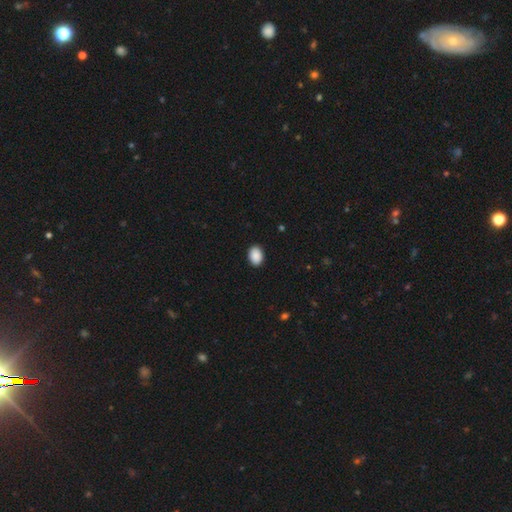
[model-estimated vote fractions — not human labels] Overall: smooth (90%). How rounded: in between (79%). Merging: none (91%).